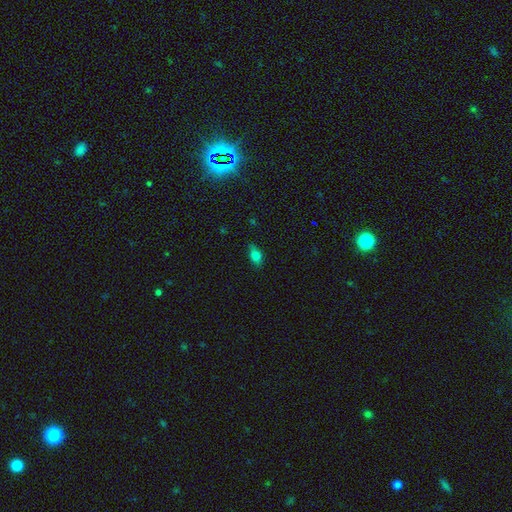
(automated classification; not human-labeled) This is likely a smooth galaxy (74%). How rounded: likely in between (80%). Merging: likely none (62%).